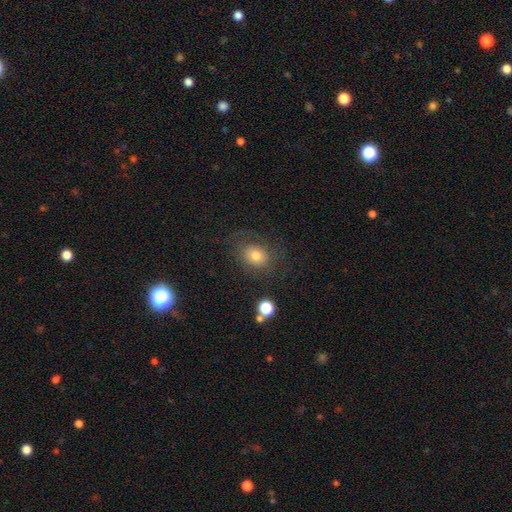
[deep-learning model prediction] A smooth galaxy with no disk features (69%) that is in between round and cigar-shaped (52%). Merging: none (68%).